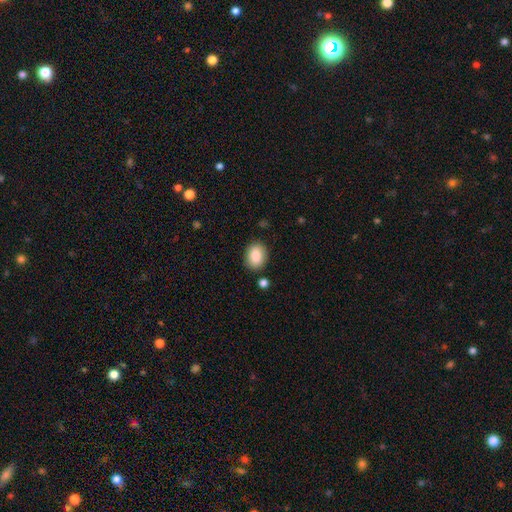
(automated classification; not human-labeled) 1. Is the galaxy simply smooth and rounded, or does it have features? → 86% smooth, 8% star or artifact, 6% featured or disk.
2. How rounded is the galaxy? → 63% in between, 35% round, 1% cigar-shaped.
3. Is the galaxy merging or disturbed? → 85% none, 10% minor disturbance, 3% merger, 2% major disturbance.